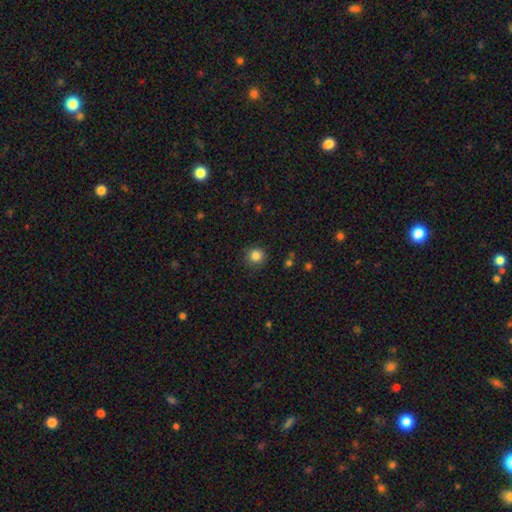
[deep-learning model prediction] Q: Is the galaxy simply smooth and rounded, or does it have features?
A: smooth — 84%.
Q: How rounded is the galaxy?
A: round — 93%.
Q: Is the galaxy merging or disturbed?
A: none — 89%.